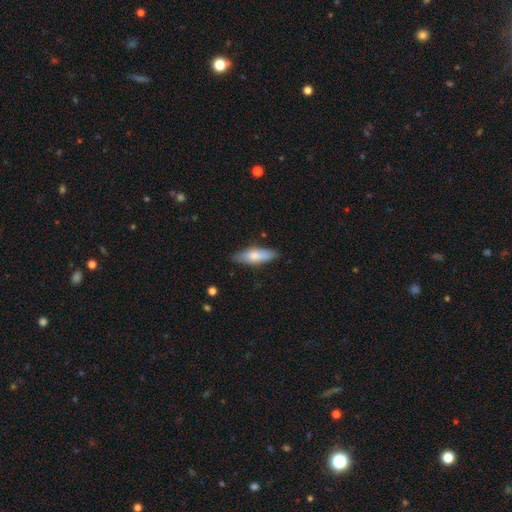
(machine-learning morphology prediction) Smooth or featured? smooth (76%)
How rounded? in between (54%)
Merging? none (82%)